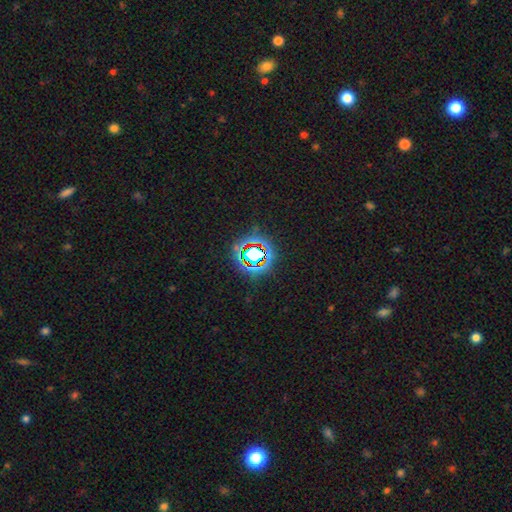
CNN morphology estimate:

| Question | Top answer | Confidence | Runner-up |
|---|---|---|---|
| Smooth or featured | star or artifact | 69% | smooth (19%) |